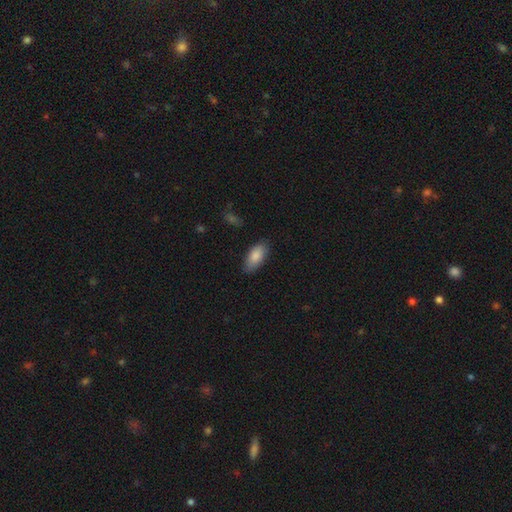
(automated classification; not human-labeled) Overall: smooth (86%). How rounded: in between (88%). Merging: none (81%).